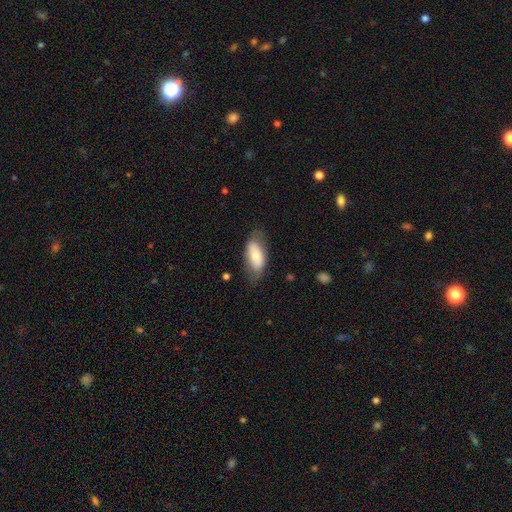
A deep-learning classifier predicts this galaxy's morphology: A smooth galaxy with no disk features (65%) that is in between round and cigar-shaped (90%). Merging: none (68%).